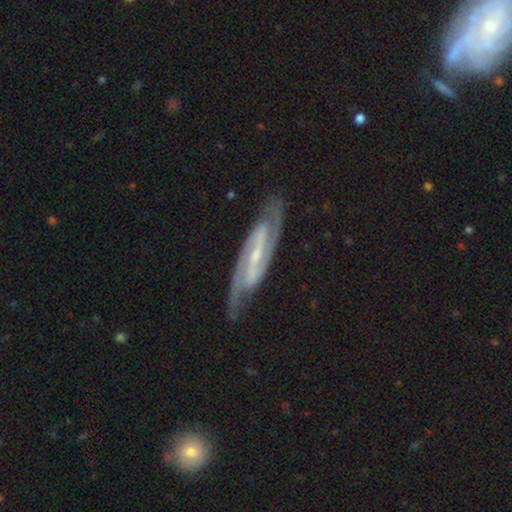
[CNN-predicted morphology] This is clearly a featured or disk galaxy (91%). It is clearly not viewed edge-on (88%). Bar: likely strong (60%). Spiral arm pattern: clearly yes (98%). Spiral arm count: clearly 2 (92%). Spiral winding: possibly medium (51%). Central bulge: likely small (70%). Merging: clearly none (82%).